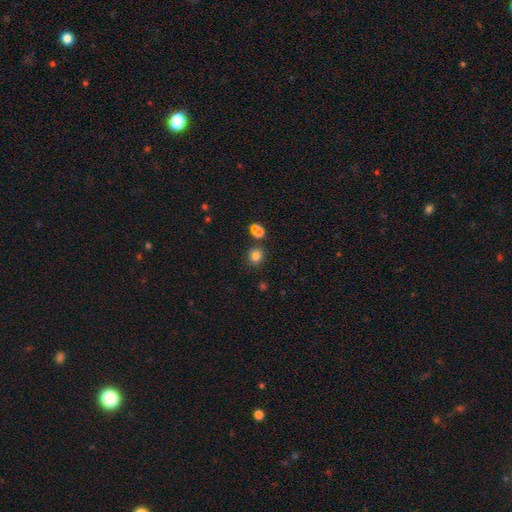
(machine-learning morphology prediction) This appears to be a smooth galaxy with no disk features (73%) that is round (76%). Merging: none (65%).